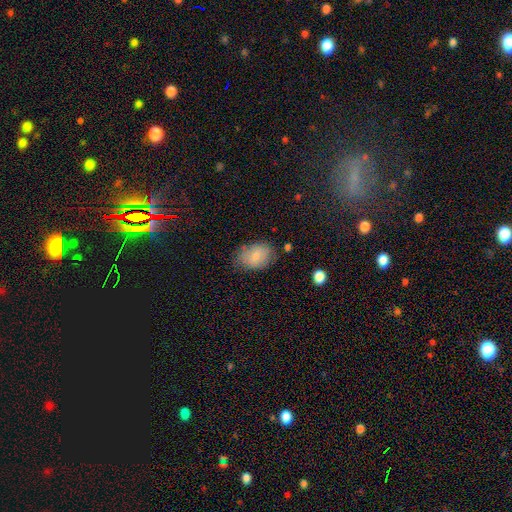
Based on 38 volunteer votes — This is likely a smooth galaxy (79%). How rounded: clearly in between (90%). Merging: likely none (77%).